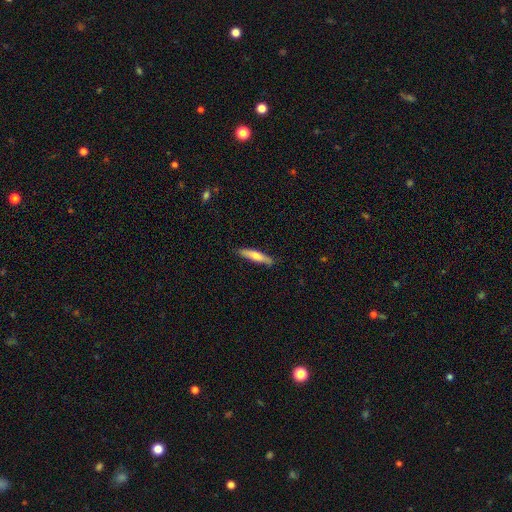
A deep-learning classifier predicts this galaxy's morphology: smooth 64%, featured or disk 31%, star or artifact 5%. Down the decision tree: how rounded — cigar-shaped (86%); merging — none (86%).